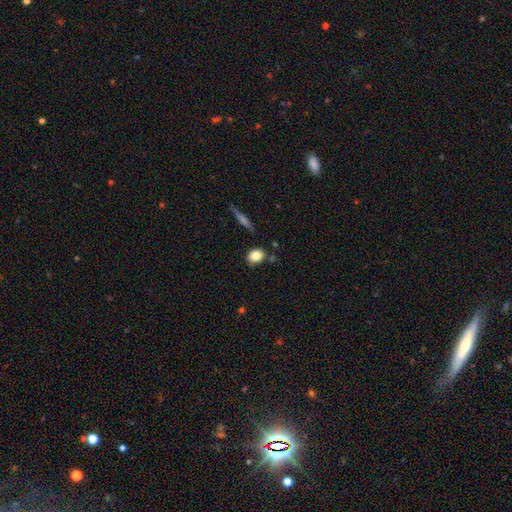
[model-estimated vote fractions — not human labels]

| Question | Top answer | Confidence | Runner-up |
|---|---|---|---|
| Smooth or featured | smooth | 82% | featured or disk (9%) |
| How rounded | in between | 53% | round (44%) |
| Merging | none | 79% | minor disturbance (13%) |